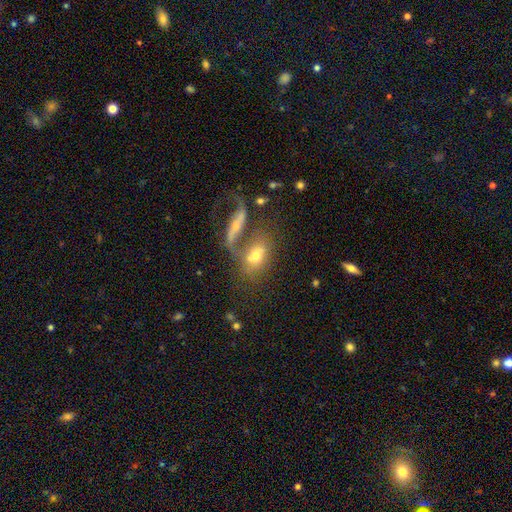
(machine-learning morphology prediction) This is possibly a smooth galaxy (50%). Merging: possibly merger (51%).